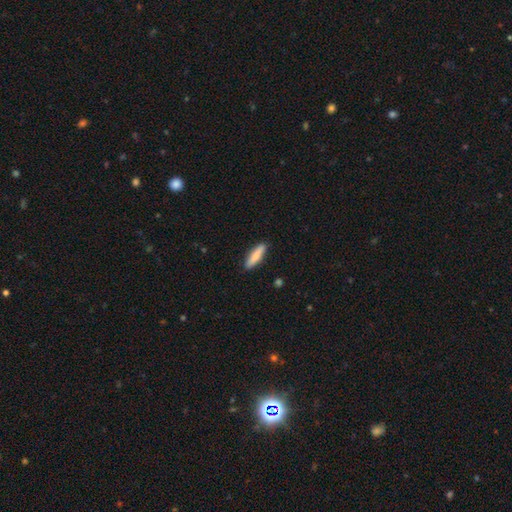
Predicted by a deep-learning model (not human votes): smooth_or_featured: smooth (p=0.79) [alt: featured or disk p=0.16]
how_rounded: cigar-shaped (p=0.73) [alt: in between p=0.25]
merging: none (p=0.89) [alt: minor disturbance p=0.08]